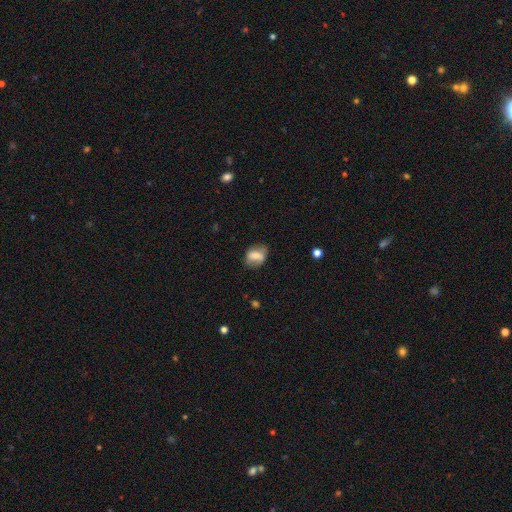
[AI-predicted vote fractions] A smooth galaxy with no disk features (61%) that is in between round and cigar-shaped (64%).

Vote fractions:
- Smooth or featured? smooth: 61% / featured or disk: 30% / star or artifact: 9%
- How rounded? in between: 64% / round: 33% / cigar-shaped: 3%
- Merging? none: 62% / minor disturbance: 25% / major disturbance: 10% / merger: 3%